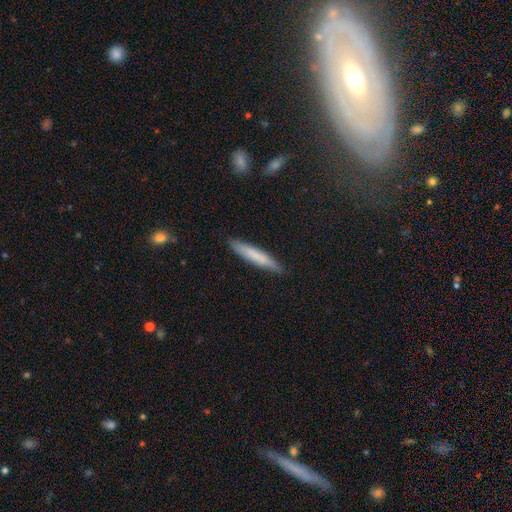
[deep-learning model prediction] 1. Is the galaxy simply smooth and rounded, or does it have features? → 72% smooth, 22% featured or disk, 6% star or artifact.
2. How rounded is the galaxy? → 93% cigar-shaped, 6% in between, 1% round.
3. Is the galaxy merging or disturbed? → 89% none, 9% minor disturbance, 2% major disturbance, 1% merger.